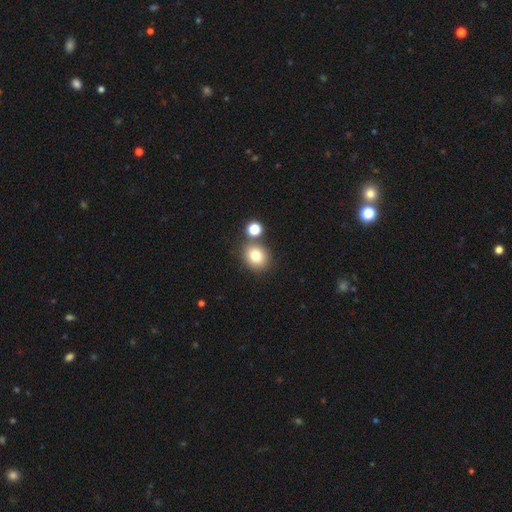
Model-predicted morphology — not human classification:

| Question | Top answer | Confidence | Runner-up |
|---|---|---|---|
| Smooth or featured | smooth | 79% | star or artifact (12%) |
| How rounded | round | 70% | in between (29%) |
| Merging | none | 72% | merger (15%) |